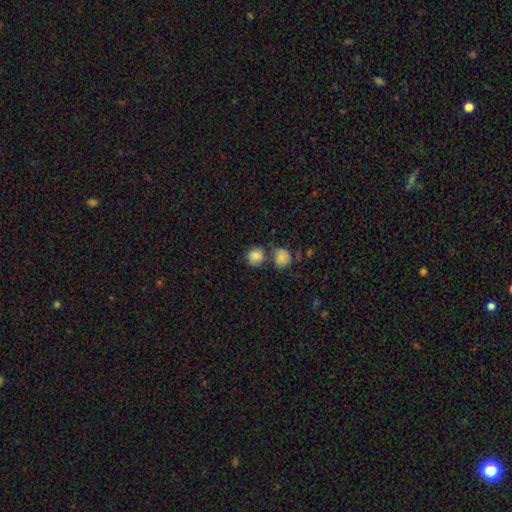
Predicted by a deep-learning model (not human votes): Q: Smooth or featured?
A: smooth (78%); runner-up: featured or disk (13%)
Q: How rounded?
A: round (78%); runner-up: in between (21%)
Q: Merging?
A: none (46%); runner-up: merger (34%)